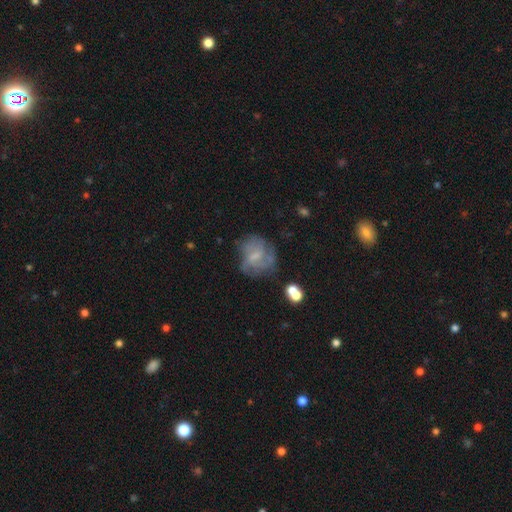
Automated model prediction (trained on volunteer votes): Morphology: type=featured or disk (59%); edge-on=no (97%); bar=weak (47%); spiral arms=yes (70%); bulge=small (45%); merging=none (52%).